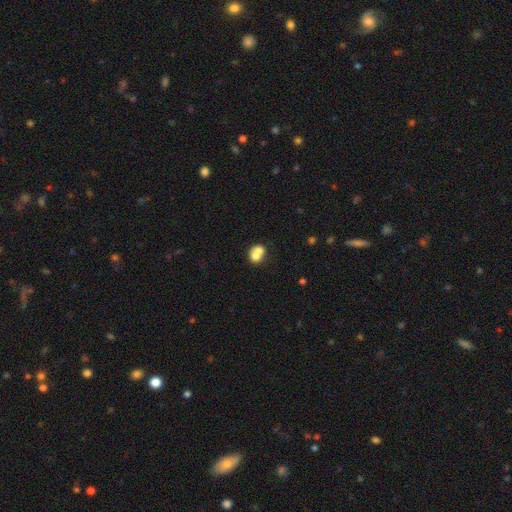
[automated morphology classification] Overall: smooth (71%). How rounded: round (57%; in between 42%). Merging: merger (64%; none 25%).